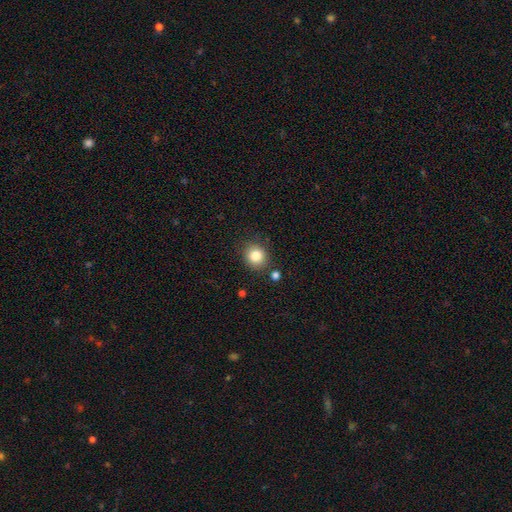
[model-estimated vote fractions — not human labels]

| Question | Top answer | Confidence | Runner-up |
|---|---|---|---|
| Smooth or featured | smooth | 83% | star or artifact (11%) |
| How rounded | round | 79% | in between (20%) |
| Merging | none | 84% | minor disturbance (10%) |